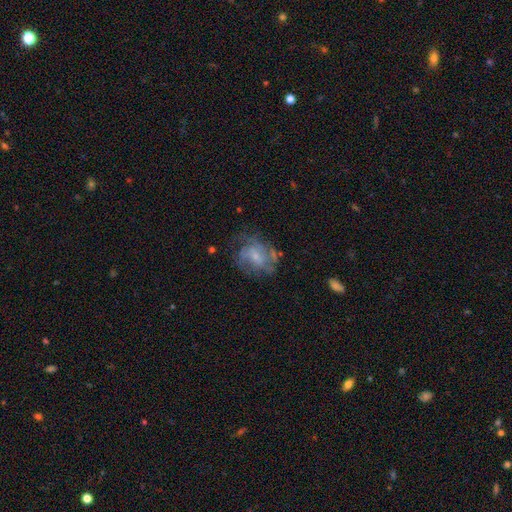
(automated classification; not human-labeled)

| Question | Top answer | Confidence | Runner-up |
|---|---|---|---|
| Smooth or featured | featured or disk | 66% | smooth (26%) |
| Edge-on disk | no | 97% | yes (3%) |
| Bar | no | 60% | weak (35%) |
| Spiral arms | yes | 69% | no (31%) |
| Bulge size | small | 59% | moderate (26%) |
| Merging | none | 55% | minor disturbance (23%) |